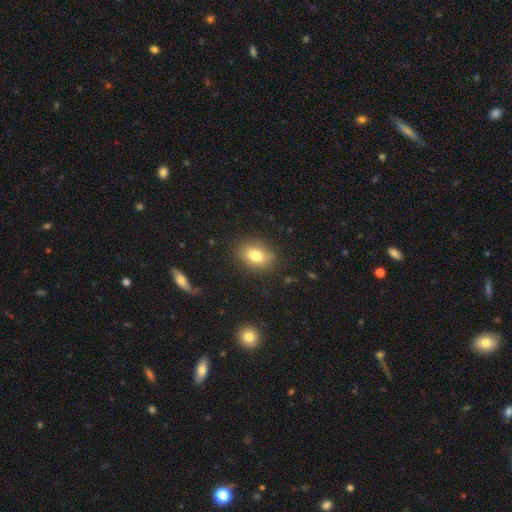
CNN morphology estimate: Smooth or featured: smooth — 79% (featured or disk — 11%)
How rounded: in between — 62% (round — 37%)
Merging: none — 86% (minor disturbance — 10%)